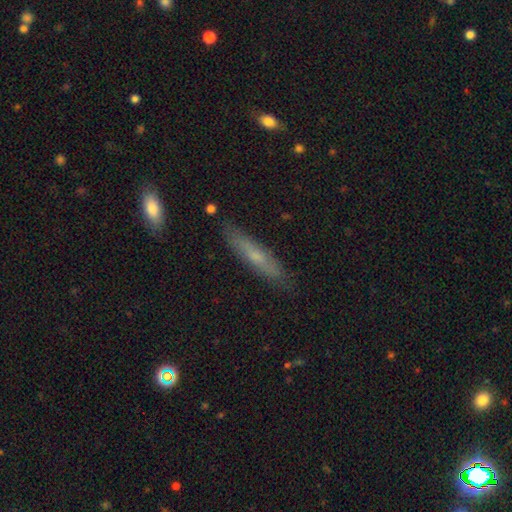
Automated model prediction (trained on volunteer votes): This is possibly a smooth galaxy (53%). How rounded: clearly cigar-shaped (87%). Merging: clearly none (85%).